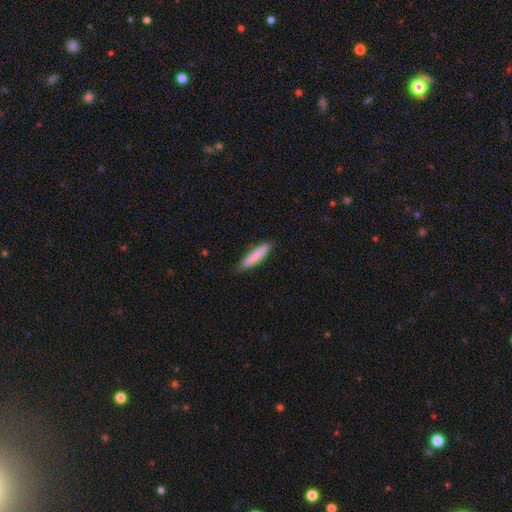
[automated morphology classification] smooth_or_featured: smooth (p=0.84) [alt: featured or disk p=0.10]
how_rounded: cigar-shaped (p=0.85) [alt: in between p=0.14]
merging: none (p=0.86) [alt: minor disturbance p=0.11]